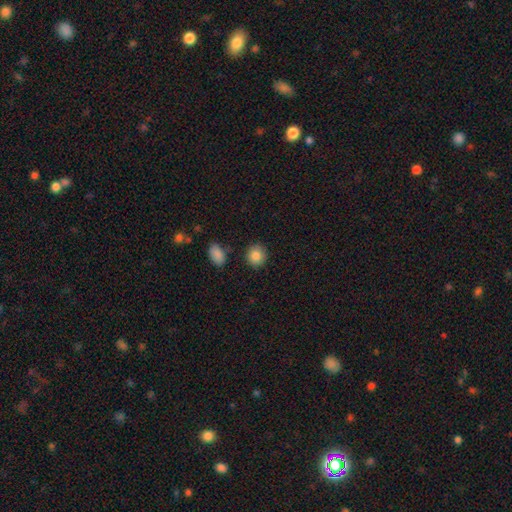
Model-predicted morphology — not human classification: A smooth galaxy with no disk features (86%) that is round (85%).

Vote fractions:
- Smooth or featured? smooth: 86% / star or artifact: 8% / featured or disk: 6%
- How rounded? round: 85% / in between: 14% / cigar-shaped: 1%
- Merging? none: 86% / minor disturbance: 8% / merger: 3% / major disturbance: 2%